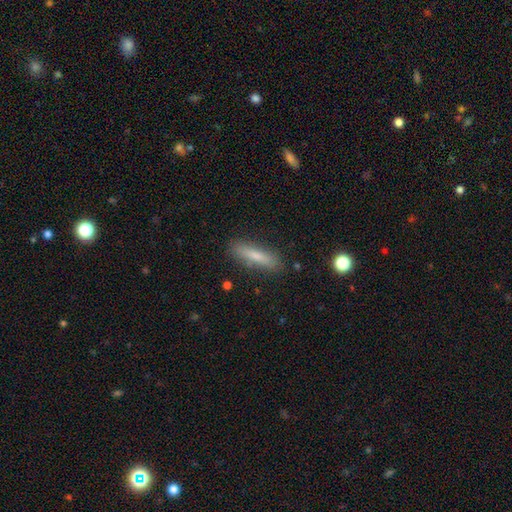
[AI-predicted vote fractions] Smooth or featured? Predicted: smooth (p=0.70). How rounded? Predicted: cigar-shaped (p=0.81). Merging? Predicted: none (p=0.86).